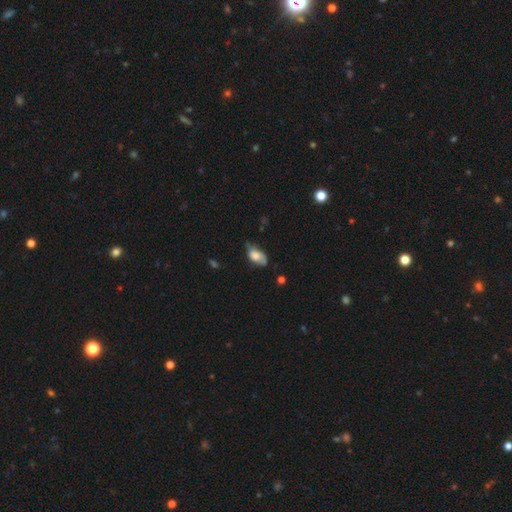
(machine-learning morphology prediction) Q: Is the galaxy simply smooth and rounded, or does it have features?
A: smooth — 67%.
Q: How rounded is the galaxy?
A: in between — 89%.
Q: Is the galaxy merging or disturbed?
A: minor disturbance — 42%.